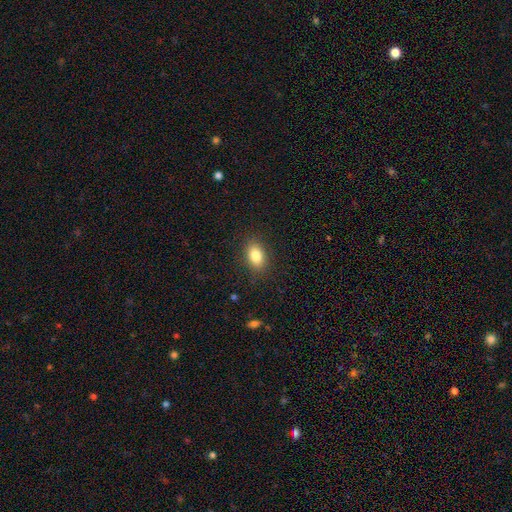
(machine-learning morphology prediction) Smooth or featured? smooth (84%)
How rounded? in between (87%)
Merging? none (88%)